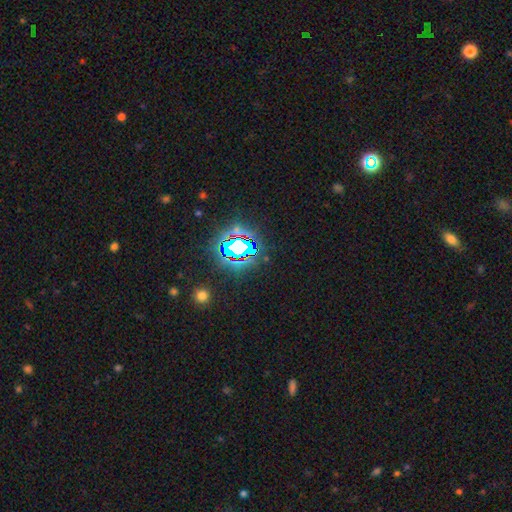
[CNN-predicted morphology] A star or artifact, not a galaxy (80%).